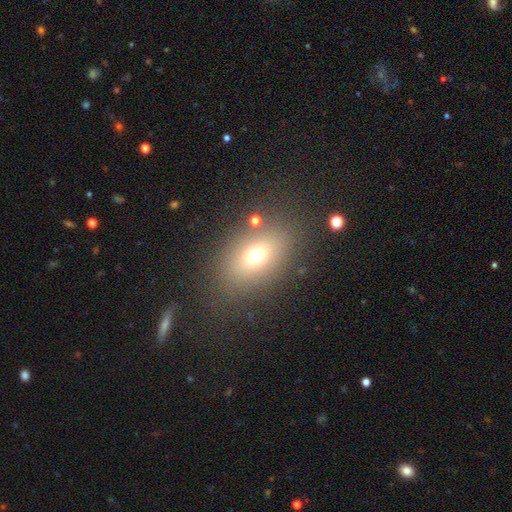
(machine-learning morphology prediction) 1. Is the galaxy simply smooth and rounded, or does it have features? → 68% smooth, 17% featured or disk, 15% star or artifact.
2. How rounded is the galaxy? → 77% in between, 20% round, 3% cigar-shaped.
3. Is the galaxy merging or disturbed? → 79% none, 11% minor disturbance, 6% major disturbance, 4% merger.